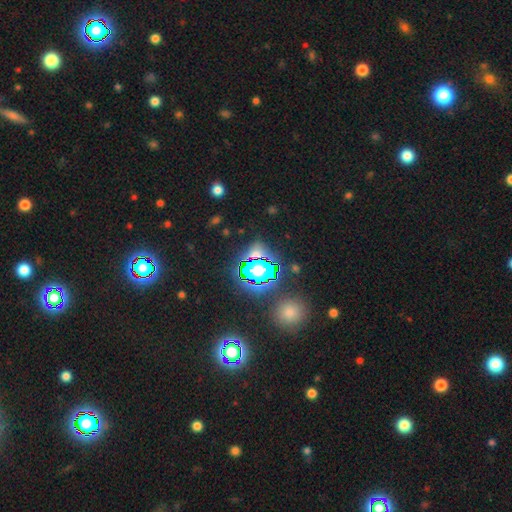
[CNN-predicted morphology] Overall: star or artifact (68%).